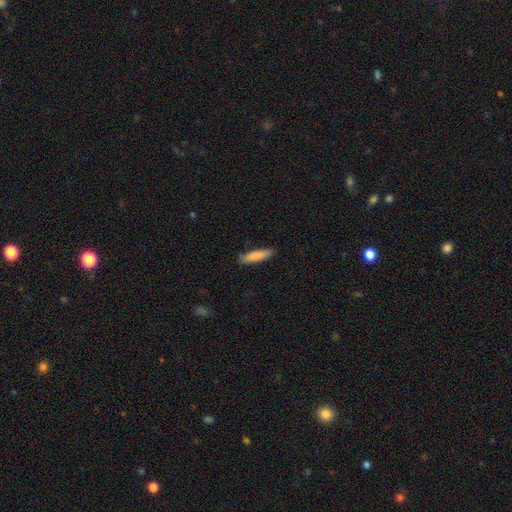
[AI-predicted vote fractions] Smooth or featured? Predicted: smooth (p=0.87). How rounded? Predicted: cigar-shaped (p=0.69). Merging? Predicted: none (p=0.85).